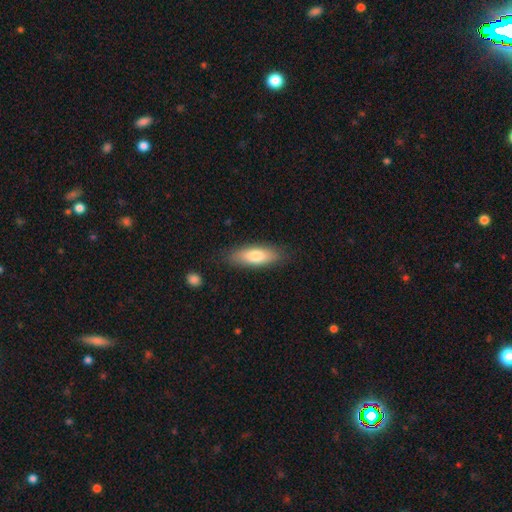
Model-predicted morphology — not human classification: This is likely a smooth galaxy (77%). How rounded: possibly in between (59%). Merging: clearly none (84%).